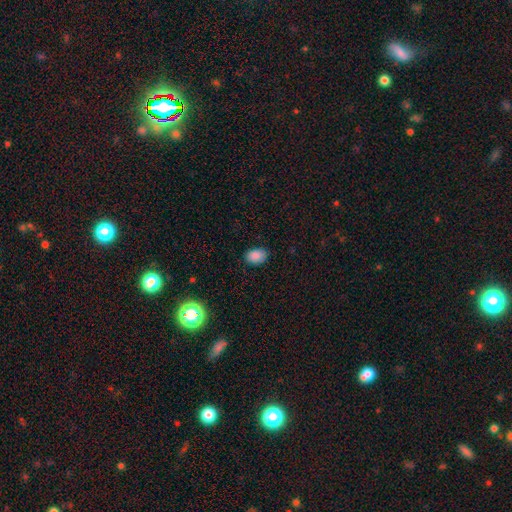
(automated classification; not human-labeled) This is clearly a smooth galaxy (87%). How rounded: clearly in between (81%). Merging: clearly none (84%).